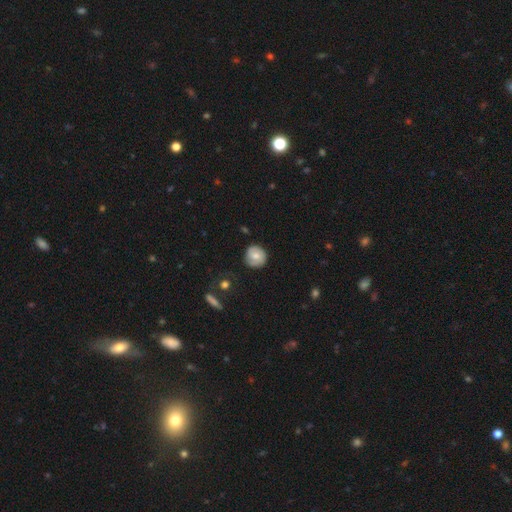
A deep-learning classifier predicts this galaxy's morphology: Q: Smooth or featured?
A: smooth (56%); runner-up: featured or disk (37%)
Q: How rounded?
A: round (88%); runner-up: in between (11%)
Q: Merging?
A: none (74%); runner-up: minor disturbance (20%)